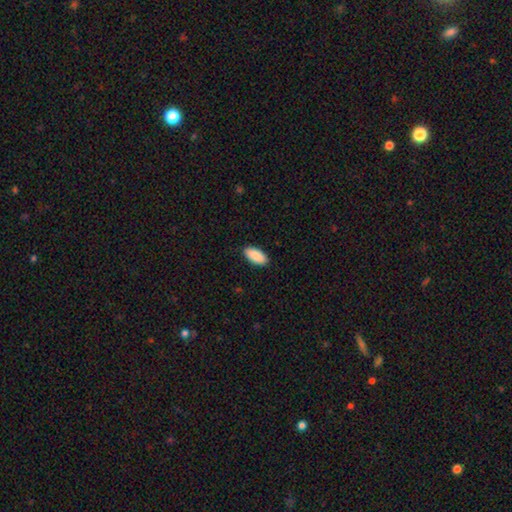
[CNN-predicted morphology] type=smooth (90%); roundness=in between (93%); merging=none (90%).